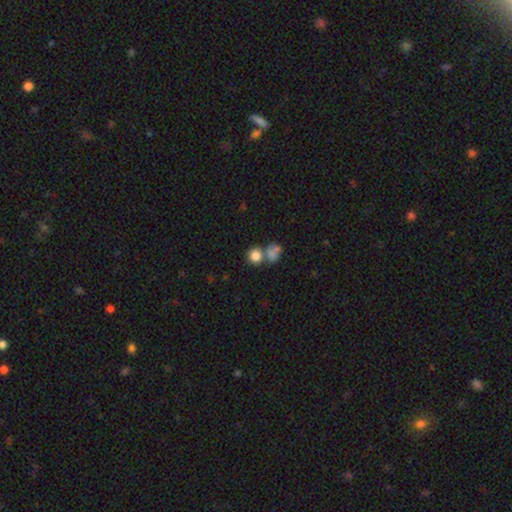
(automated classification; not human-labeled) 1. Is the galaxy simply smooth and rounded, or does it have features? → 82% smooth, 10% star or artifact, 8% featured or disk.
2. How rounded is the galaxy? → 82% round, 17% in between, 1% cigar-shaped.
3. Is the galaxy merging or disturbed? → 47% none, 39% merger, 9% minor disturbance, 5% major disturbance.